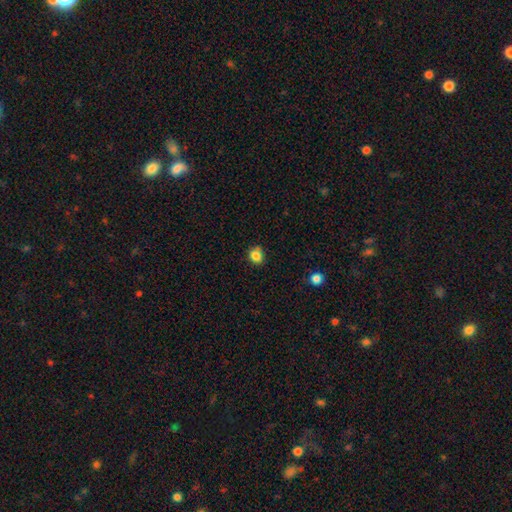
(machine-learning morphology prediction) A smooth galaxy with no disk features (84%) that is round (67%).

Vote fractions:
- Smooth or featured? smooth: 84% / star or artifact: 11% / featured or disk: 5%
- How rounded? round: 67% / in between: 32% / cigar-shaped: 1%
- Merging? none: 79% / minor disturbance: 16% / major disturbance: 3% / merger: 2%